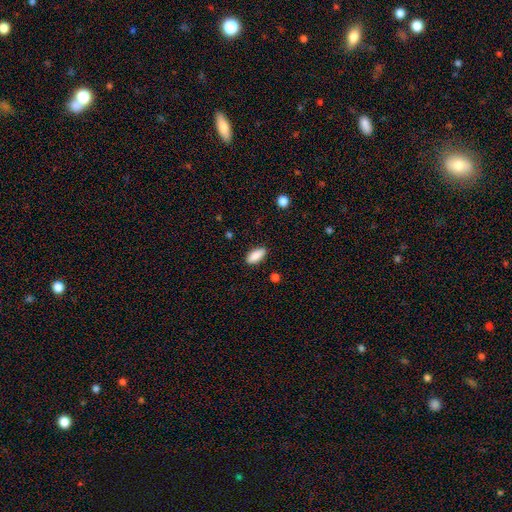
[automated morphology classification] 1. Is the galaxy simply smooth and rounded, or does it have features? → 87% smooth, 7% star or artifact, 6% featured or disk.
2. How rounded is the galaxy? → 86% in between, 12% cigar-shaped, 2% round.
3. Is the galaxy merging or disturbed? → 87% none, 10% minor disturbance, 2% major disturbance, 1% merger.